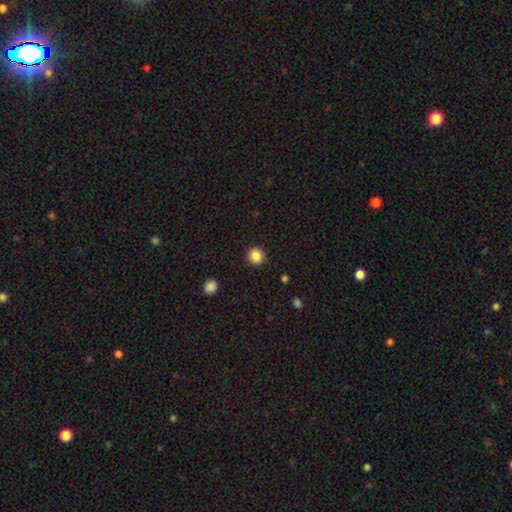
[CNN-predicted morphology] This is clearly a smooth galaxy (86%). How rounded: clearly round (94%). Merging: clearly none (92%).